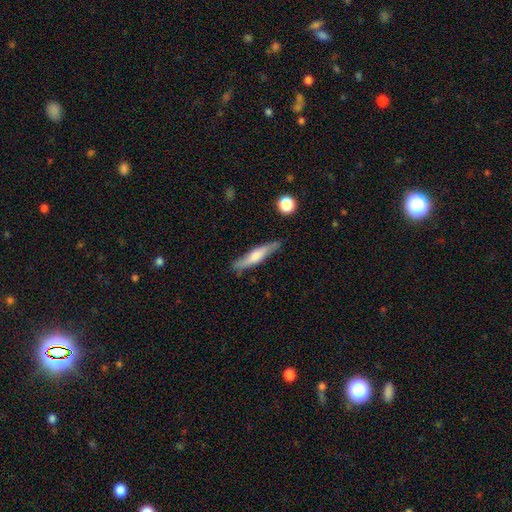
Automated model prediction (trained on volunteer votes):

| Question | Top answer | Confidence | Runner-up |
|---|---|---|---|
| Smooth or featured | featured or disk | 48% | smooth (46%) |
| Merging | none | 80% | minor disturbance (15%) |